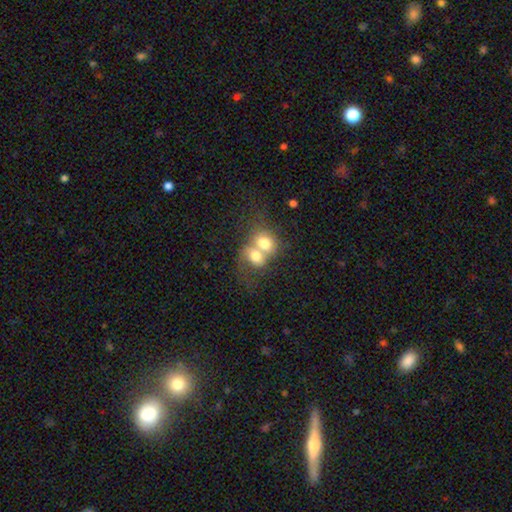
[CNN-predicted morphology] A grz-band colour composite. It shows a smooth galaxy with no disk features (68%) that is round (52%). Merging: merger (78%).